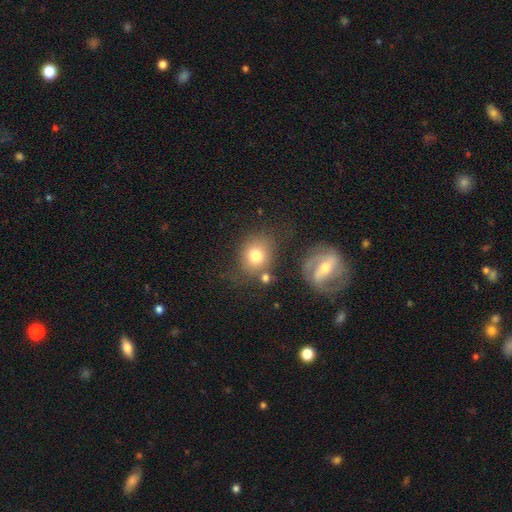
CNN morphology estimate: A smooth galaxy with no disk features (73%) that is round (61%).

Vote fractions:
- Smooth or featured? smooth: 73% / featured or disk: 16% / star or artifact: 10%
- How rounded? round: 61% / in between: 38% / cigar-shaped: 1%
- Merging? none: 62% / minor disturbance: 17% / merger: 13% / major disturbance: 9%